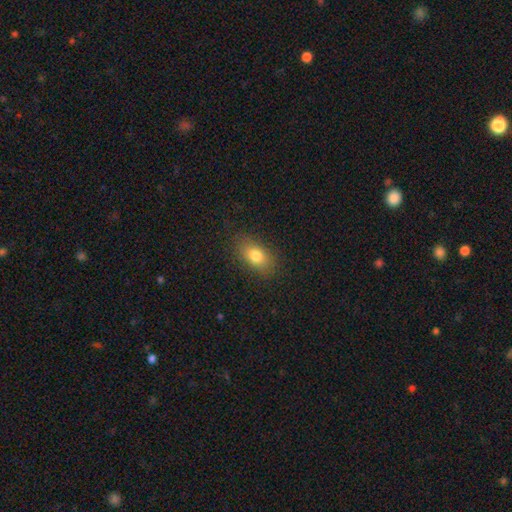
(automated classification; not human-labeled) Smooth or featured: smooth — 79% (featured or disk — 12%)
How rounded: in between — 84% (round — 12%)
Merging: none — 84% (minor disturbance — 12%)